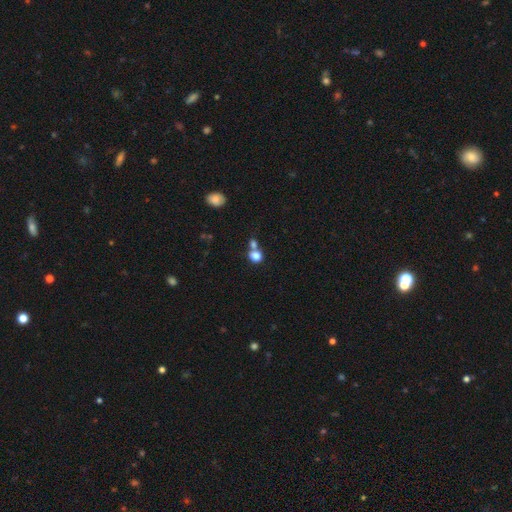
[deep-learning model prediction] smooth 81%, star or artifact 12%, featured or disk 8%. Down the decision tree: how rounded — round (73%); merging — none (47%).